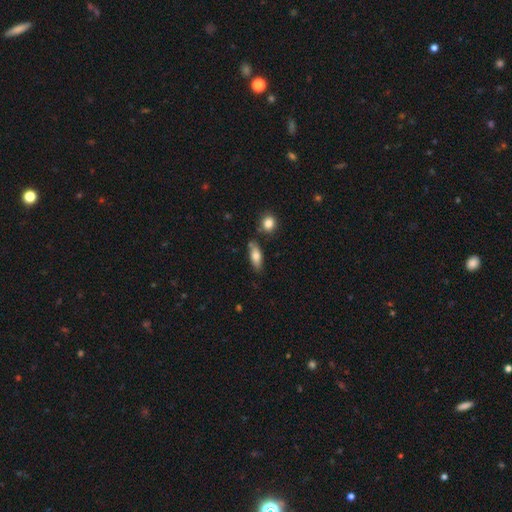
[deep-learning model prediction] Q: Smooth or featured?
A: smooth (76%); runner-up: featured or disk (17%)
Q: How rounded?
A: in between (72%); runner-up: cigar-shaped (25%)
Q: Merging?
A: none (73%); runner-up: minor disturbance (15%)